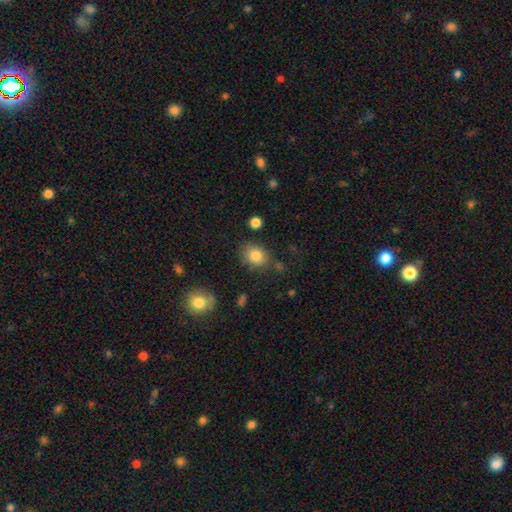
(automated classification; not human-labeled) Overall: smooth (83%). How rounded: round (52%; in between 47%). Merging: none (76%).